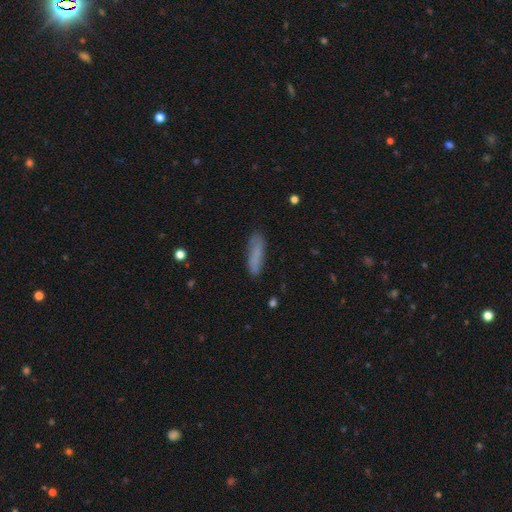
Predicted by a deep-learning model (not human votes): This appears to be a smooth galaxy with no disk features (74%) that is cigar-shaped (63%). Merging: none (77%).